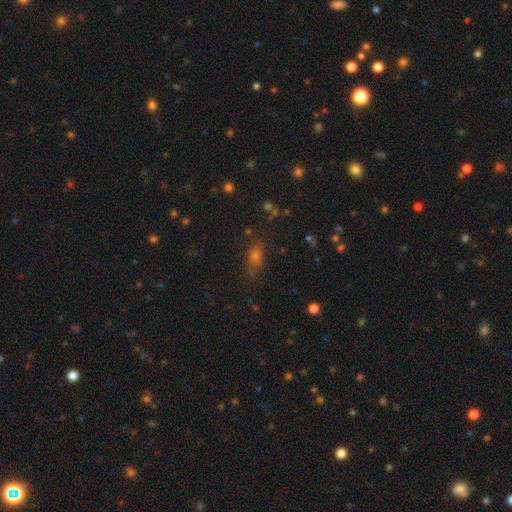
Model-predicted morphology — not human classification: Smooth or featured? Predicted: smooth (p=0.59). How rounded? Predicted: in between (p=0.65). Merging? Predicted: none (p=0.75).